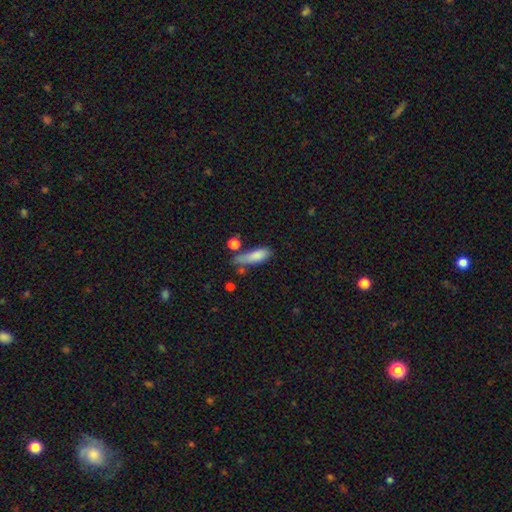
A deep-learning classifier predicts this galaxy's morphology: A smooth galaxy with no disk features (80%) that is in between round and cigar-shaped (49%). Merging: none (46%).